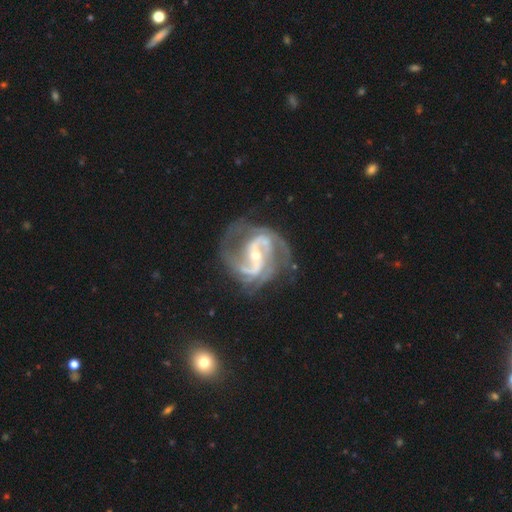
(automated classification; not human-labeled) smooth_or_featured: featured or disk (p=0.92) [alt: star or artifact p=0.05]
disk_edge_on: no (p=0.98) [alt: yes p=0.02]
bar: strong (p=0.41) [alt: weak p=0.36]
has_spiral_arms: yes (p=0.98) [alt: no p=0.02]
spiral_winding: medium (p=0.57) [alt: loose p=0.25]
spiral_arm_count: 2 (p=0.77) [alt: 3 p=0.09]
bulge_size: small (p=0.64) [alt: moderate p=0.32]
merging: none (p=0.64) [alt: minor disturbance p=0.19]